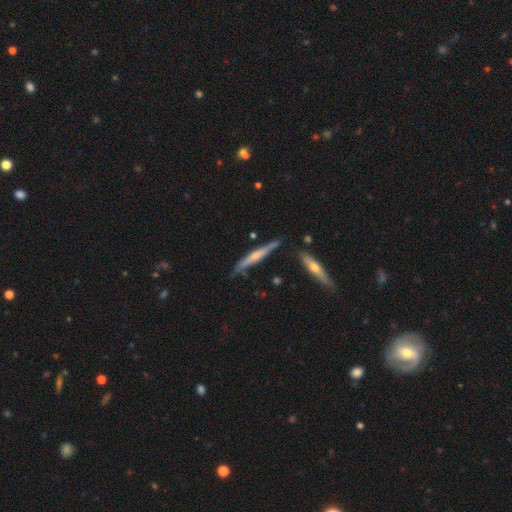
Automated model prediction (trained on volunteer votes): Overall: featured or disk (57%; smooth 37%). Edge-on disk: yes (95%). Edge-on bulge: rounded (63%; none 27%). Merging: none (80%).